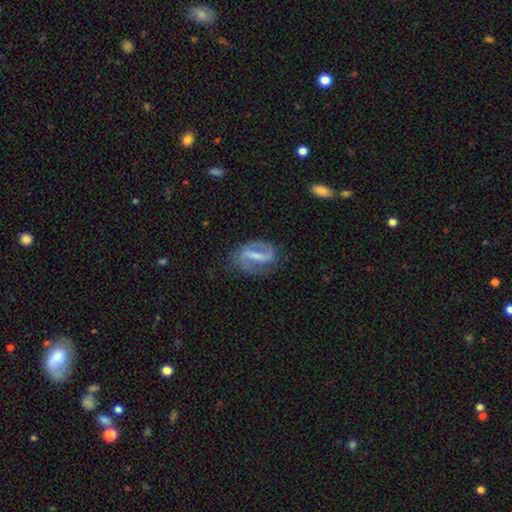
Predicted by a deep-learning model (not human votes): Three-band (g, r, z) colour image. It shows a featured or disk galaxy (82%) with a strong bar (63%), 2 (86%) medium (45%) spiral arms (90%) and a small central bulge (39%). Merging: none (71%).